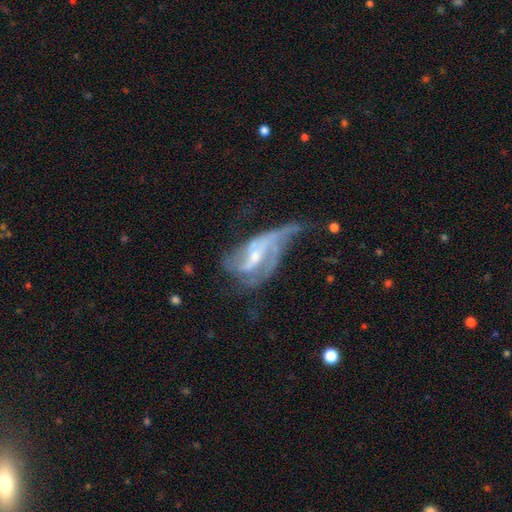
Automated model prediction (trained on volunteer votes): featured or disk 81%, smooth 12%, star or artifact 7%. Down the decision tree: edge-on disk — no (94%); bar — weak (44%); spiral arms — yes (85%); spiral arm count — 2 (46%); spiral winding — loose (42%); bulge size — small (55%); merging — major disturbance (48%).